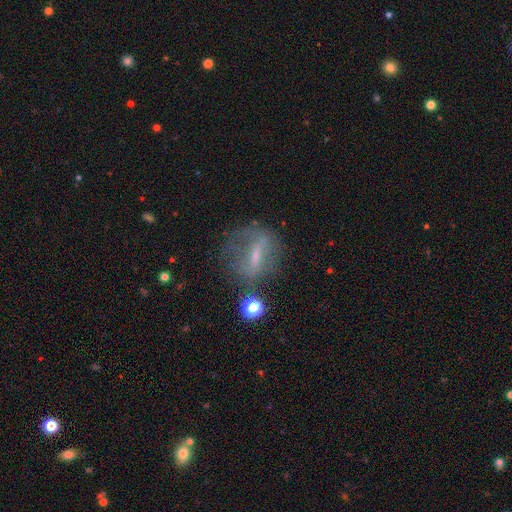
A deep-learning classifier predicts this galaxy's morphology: Smooth or featured? Predicted: featured or disk (p=0.54). Edge-on disk? Predicted: no (p=0.75). Merging? Predicted: none (p=0.58).